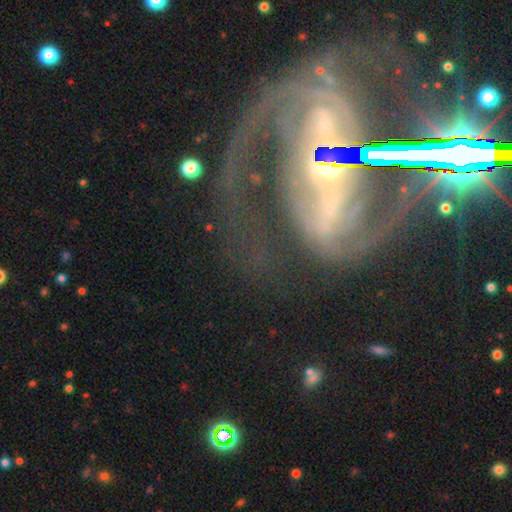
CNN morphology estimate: Overall: featured or disk (77%). Edge-on disk: no (93%). Bar: strong (53%; weak 24%). Spiral arms: yes (85%). Spiral arm count: 2 (66%). Spiral winding: medium (42%; tight 34%). Bulge size: small (43%; moderate 36%). Merging: none (42%; major disturbance 24%).